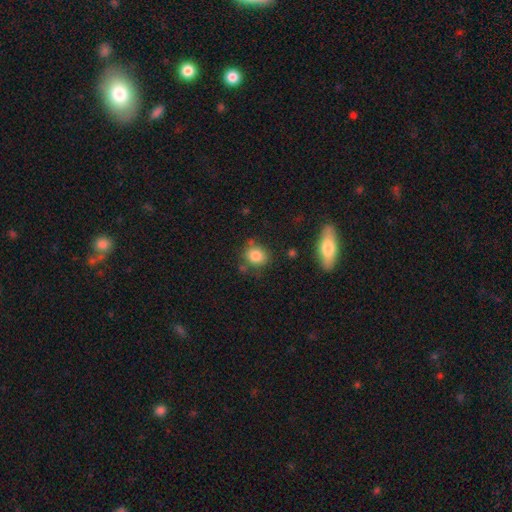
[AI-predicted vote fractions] Q: Smooth or featured?
A: smooth (82%); runner-up: star or artifact (10%)
Q: How rounded?
A: round (77%); runner-up: in between (22%)
Q: Merging?
A: none (72%); runner-up: minor disturbance (17%)